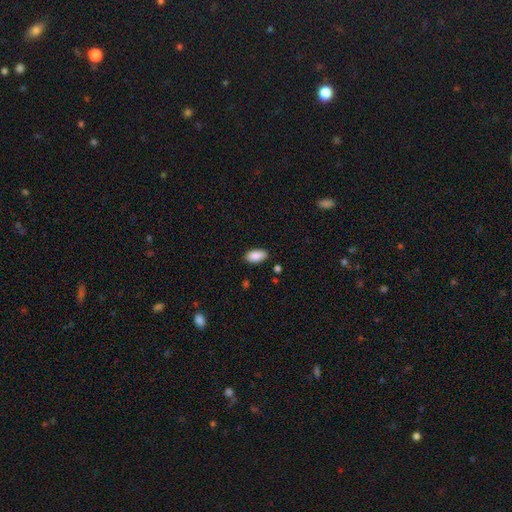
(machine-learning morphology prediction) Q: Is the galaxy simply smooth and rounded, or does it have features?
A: smooth — 89%.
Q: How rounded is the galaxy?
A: in between — 94%.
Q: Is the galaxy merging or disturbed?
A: none — 86%.